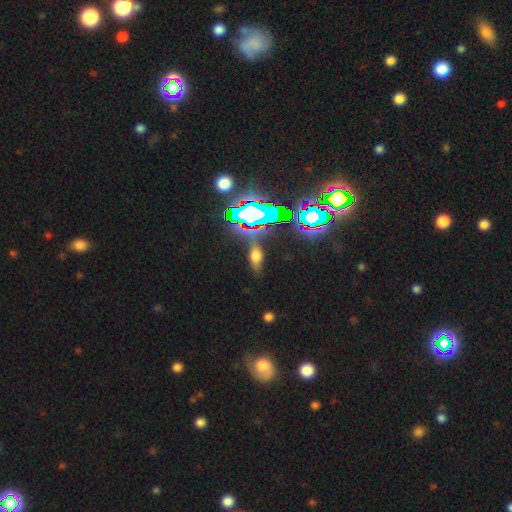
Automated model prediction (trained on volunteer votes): A smooth galaxy with no disk features (48%).

Vote fractions:
- Smooth or featured? smooth: 48% / star or artifact: 32% / featured or disk: 20%
- Merging? none: 74% / minor disturbance: 15% / major disturbance: 6% / merger: 5%